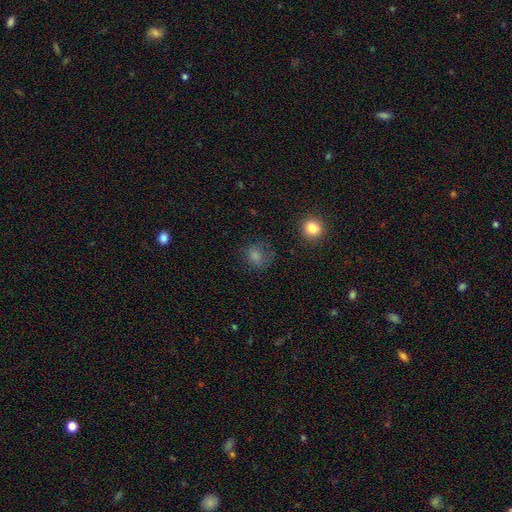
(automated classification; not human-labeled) This appears to be a smooth galaxy with no disk features (78%) that is round (73%). Merging: none (65%).